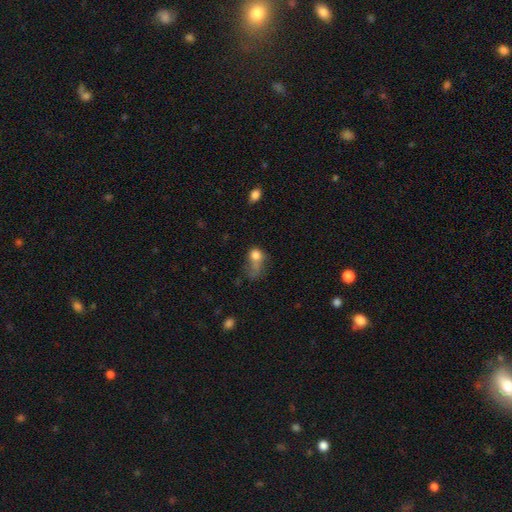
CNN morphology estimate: smooth_or_featured: smooth (p=0.72) [alt: featured or disk p=0.16]
how_rounded: round (p=0.52) [alt: in between p=0.46]
merging: major disturbance (p=0.41) [alt: none p=0.21]